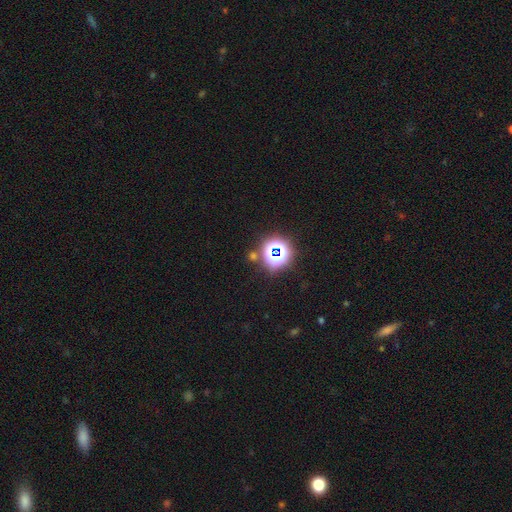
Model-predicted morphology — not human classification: This appears to be a star or artifact, not a galaxy (74%).